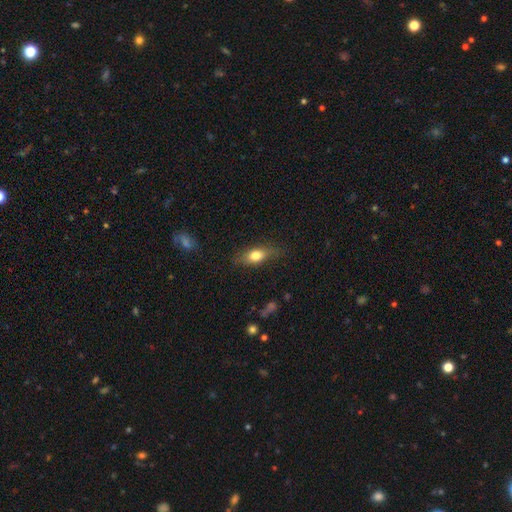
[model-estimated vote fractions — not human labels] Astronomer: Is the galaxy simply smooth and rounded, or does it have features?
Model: smooth — 71%.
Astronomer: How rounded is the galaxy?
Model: in between — 72%.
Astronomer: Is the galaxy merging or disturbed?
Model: none — 73%.